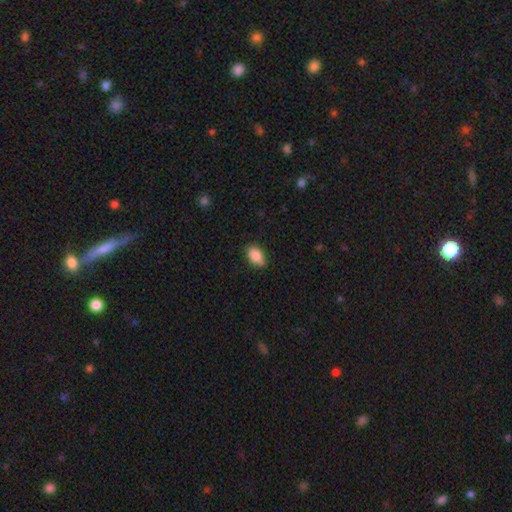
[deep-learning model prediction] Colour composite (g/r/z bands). It shows a smooth galaxy with no disk features (89%) that is in between round and cigar-shaped (90%). Merging: none (82%).